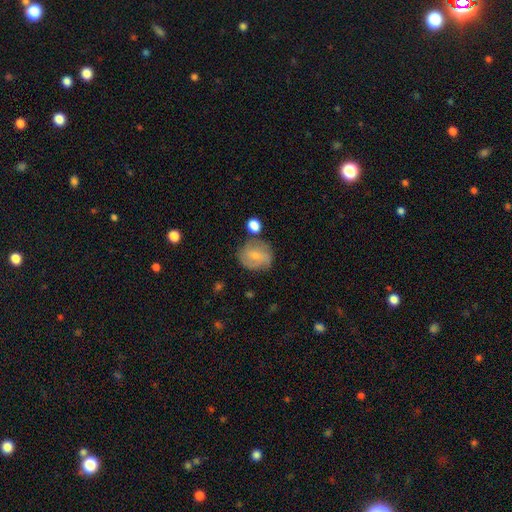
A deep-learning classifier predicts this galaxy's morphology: Smooth or featured? Predicted: smooth (p=0.49). Merging? Predicted: none (p=0.64).